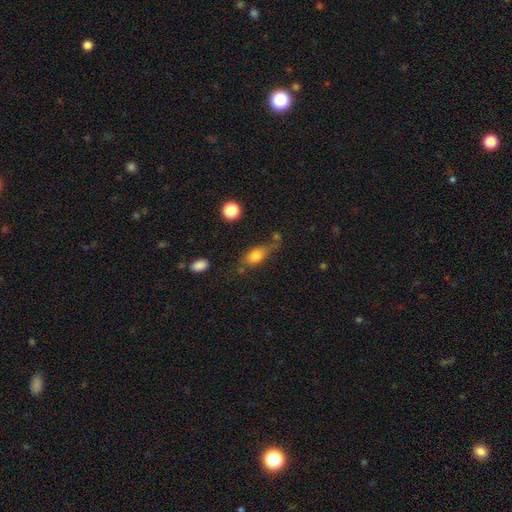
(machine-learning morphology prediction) Smooth or featured?
  - smooth: 71% *
  - featured or disk: 20%
  - star or artifact: 9%
How rounded?
  - in between: 71% *
  - round: 16%
  - cigar-shaped: 12%
Merging?
  - none: 46% *
  - minor disturbance: 27%
  - major disturbance: 16%
  - merger: 11%